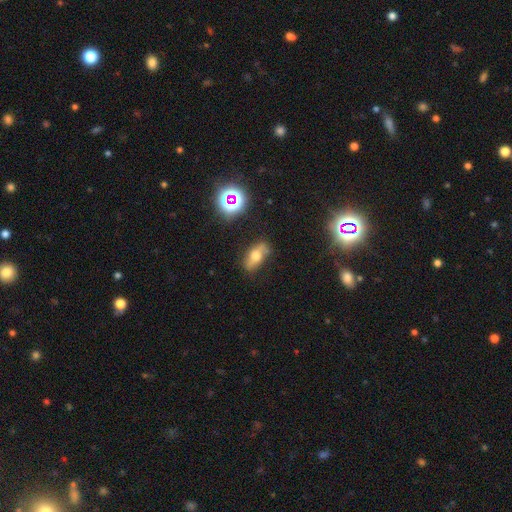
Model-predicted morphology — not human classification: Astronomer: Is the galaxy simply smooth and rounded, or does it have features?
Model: smooth — 51% (runner-up: featured or disk, 35%).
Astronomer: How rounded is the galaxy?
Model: in between — 79%.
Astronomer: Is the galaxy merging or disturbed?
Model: none — 73%.